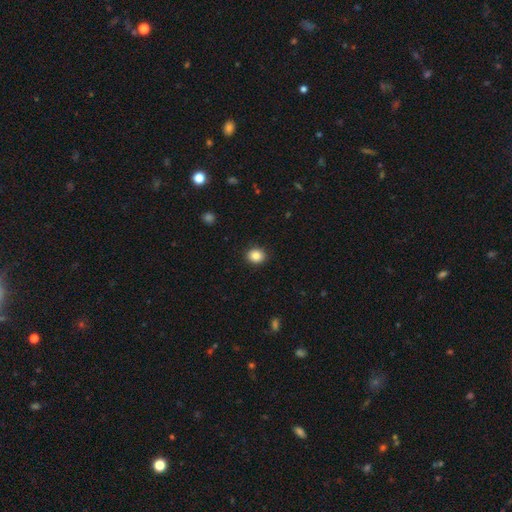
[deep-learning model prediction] A smooth galaxy with no disk features (86%) that is round (67%).

Vote fractions:
- Smooth or featured? smooth: 86% / star or artifact: 9% / featured or disk: 5%
- How rounded? round: 67% / in between: 32% / cigar-shaped: 1%
- Merging? none: 91% / minor disturbance: 6% / major disturbance: 2% / merger: 1%